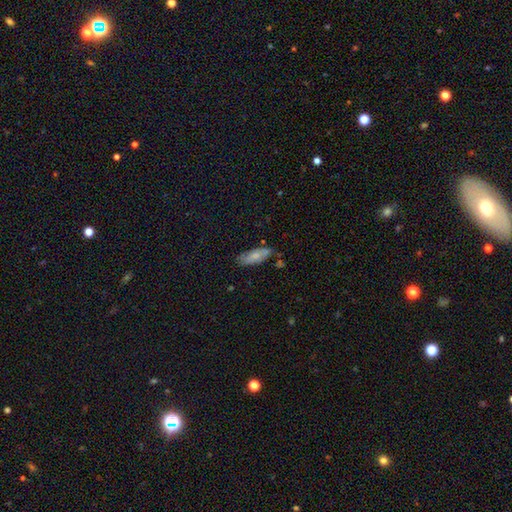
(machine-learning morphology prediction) This is likely a smooth galaxy (70%). How rounded: likely in between (68%). Merging: likely none (68%).